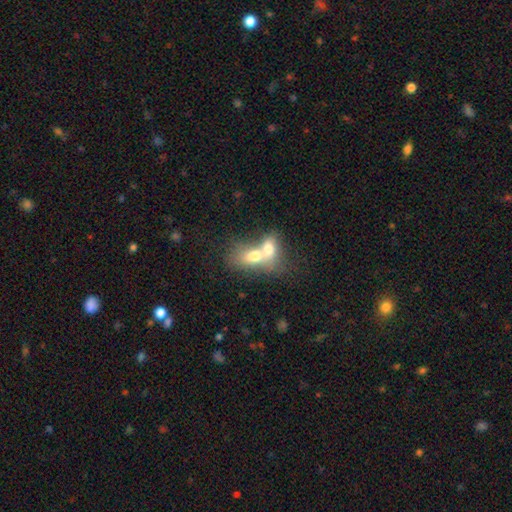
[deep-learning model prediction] Smooth or featured? smooth (67%)
How rounded? in between (76%)
Merging? merger (78%)